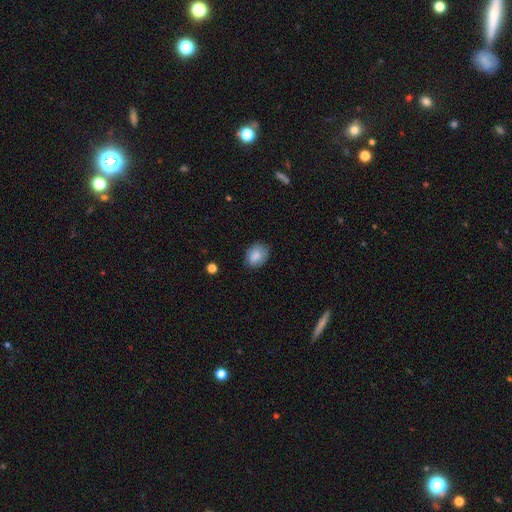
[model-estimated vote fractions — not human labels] Smooth or featured: smooth — 84% (featured or disk — 9%)
How rounded: in between — 60% (round — 39%)
Merging: none — 78% (minor disturbance — 18%)